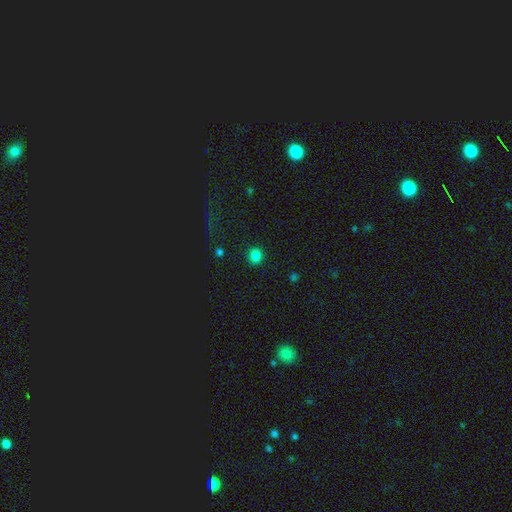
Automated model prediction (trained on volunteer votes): smooth_or_featured: smooth (p=0.84) [alt: star or artifact p=0.13]
how_rounded: round (p=0.77) [alt: in between p=0.22]
merging: none (p=0.89) [alt: minor disturbance p=0.07]